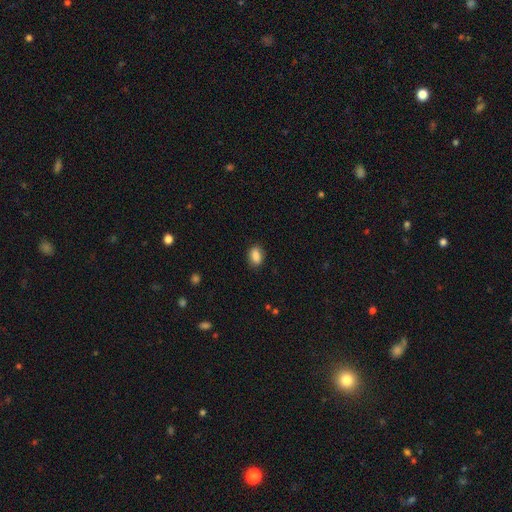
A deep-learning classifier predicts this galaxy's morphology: Smooth or featured?
  - smooth: 87% *
  - star or artifact: 8%
  - featured or disk: 5%
How rounded?
  - in between: 80% *
  - round: 18%
  - cigar-shaped: 2%
Merging?
  - none: 86% *
  - minor disturbance: 10%
  - major disturbance: 2%
  - merger: 1%